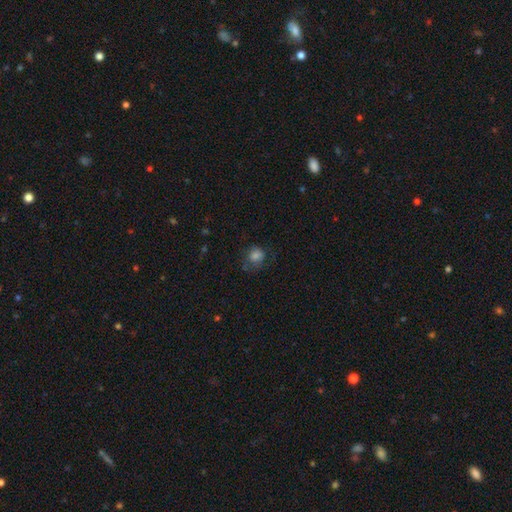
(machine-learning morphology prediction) The model was most divided on "merging": none: 54%, minor disturbance: 23%, major disturbance: 21%, merger: 2%. More confident: smooth or featured — smooth (71%); how rounded — round (70%).